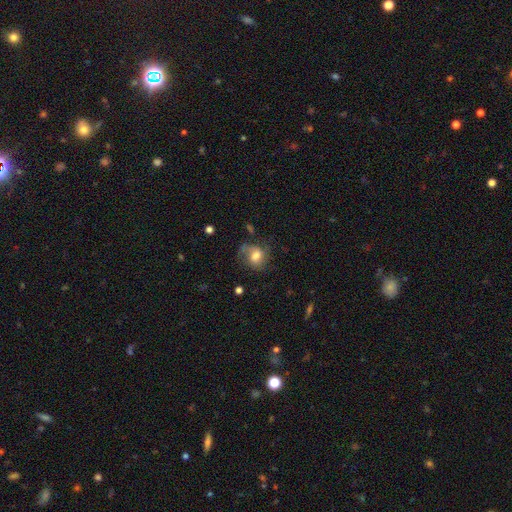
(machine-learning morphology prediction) smooth_or_featured: featured or disk (p=0.46) [alt: smooth p=0.45]
merging: none (p=0.48) [alt: minor disturbance p=0.25]